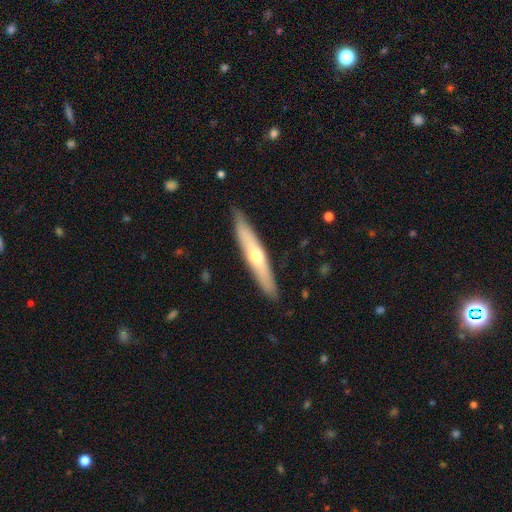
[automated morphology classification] featured or disk 50%, smooth 44%, star or artifact 5%. Down the decision tree: edge-on disk — yes (87%); merging — none (88%).